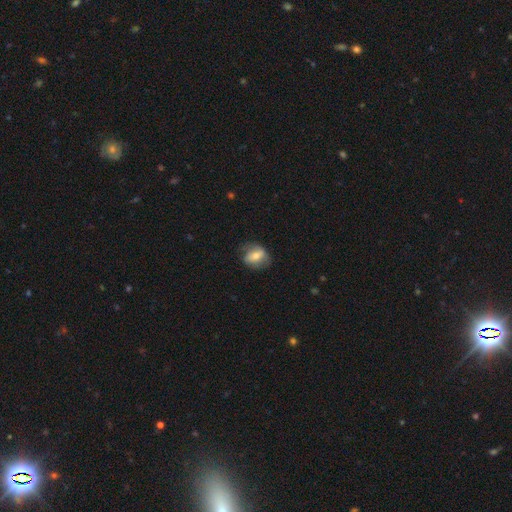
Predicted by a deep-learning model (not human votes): A smooth galaxy with no disk features (57%) that is in between round and cigar-shaped (59%).

Vote fractions:
- Smooth or featured? smooth: 57% / featured or disk: 35% / star or artifact: 8%
- How rounded? in between: 59% / round: 39% / cigar-shaped: 2%
- Merging? none: 66% / minor disturbance: 23% / major disturbance: 10% / merger: 1%